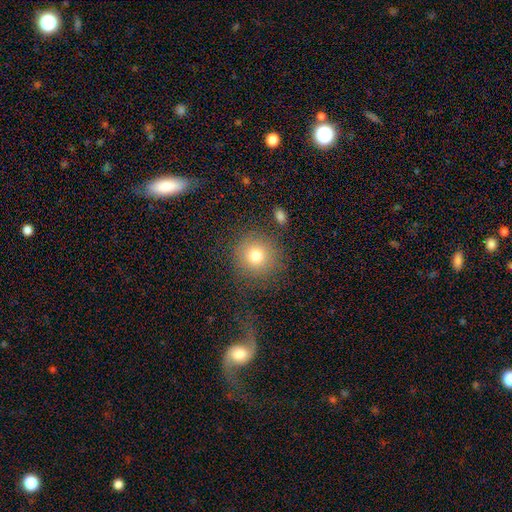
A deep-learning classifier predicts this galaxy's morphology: The model was most divided on "smooth or featured": smooth: 78%, star or artifact: 12%, featured or disk: 10%. More confident: how rounded — round (91%); merging — none (81%).